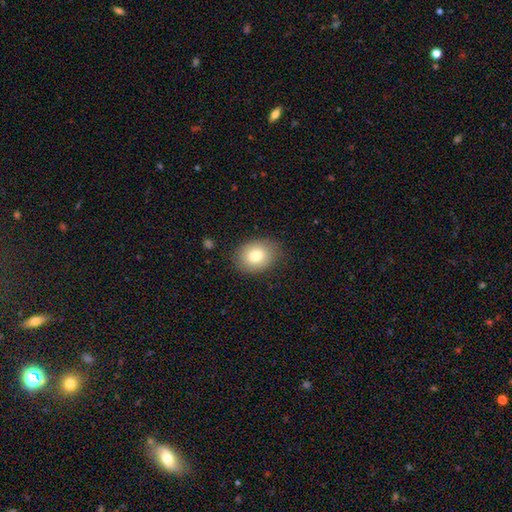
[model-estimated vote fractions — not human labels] Overall: smooth (79%). How rounded: in between (58%; round 41%). Merging: none (81%).